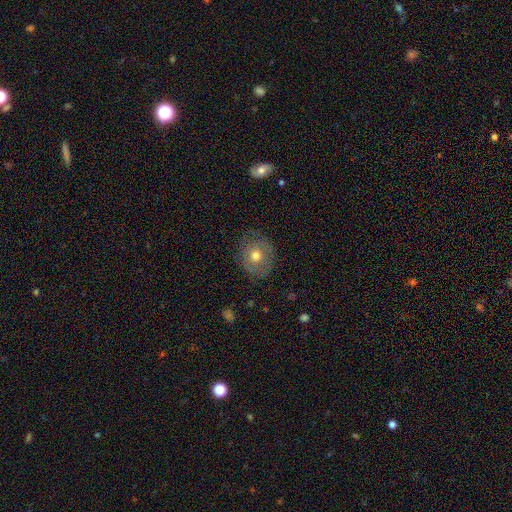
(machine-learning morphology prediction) Q: Smooth or featured?
A: smooth (63%); runner-up: featured or disk (28%)
Q: How rounded?
A: round (78%); runner-up: in between (21%)
Q: Merging?
A: none (78%); runner-up: minor disturbance (15%)